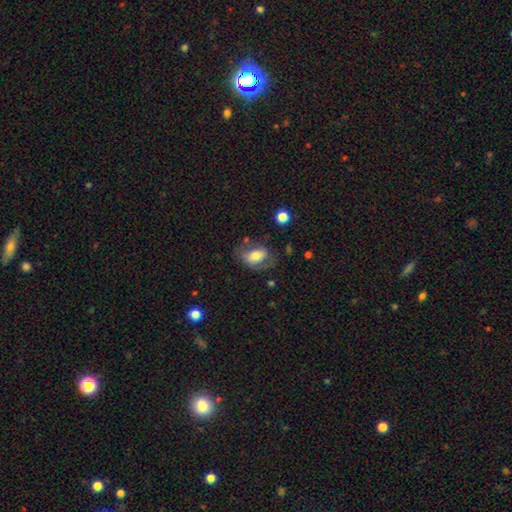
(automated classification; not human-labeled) Smooth or featured: smooth — 60% (featured or disk — 32%)
How rounded: in between — 82% (round — 16%)
Merging: none — 59% (minor disturbance — 23%)